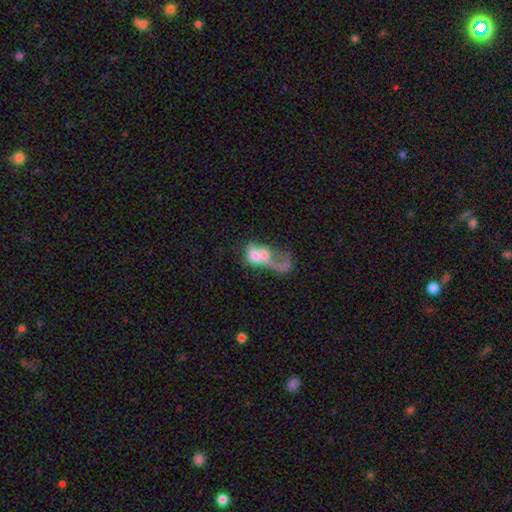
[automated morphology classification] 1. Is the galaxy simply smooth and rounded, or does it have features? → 46% featured or disk, 43% smooth, 11% star or artifact.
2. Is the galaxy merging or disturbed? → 54% merger, 32% major disturbance, 9% none, 6% minor disturbance.